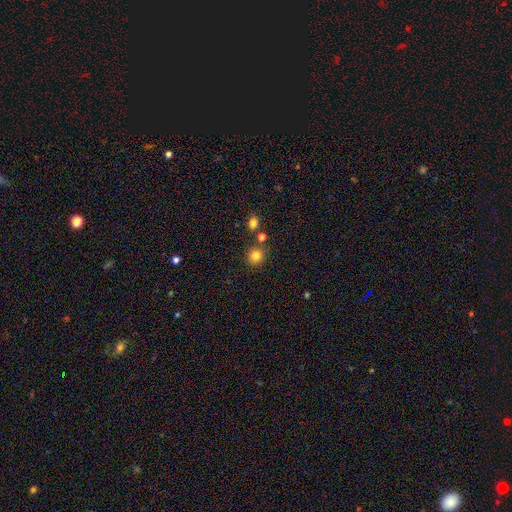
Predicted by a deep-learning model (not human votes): Overall: smooth (82%). How rounded: round (88%). Merging: none (80%).